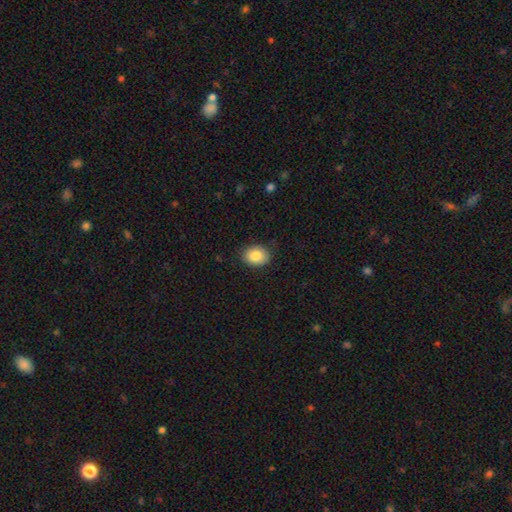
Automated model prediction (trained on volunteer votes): smooth_or_featured: smooth (p=0.85) [alt: star or artifact p=0.08]
how_rounded: in between (p=0.54) [alt: round p=0.45]
merging: none (p=0.85) [alt: minor disturbance p=0.11]